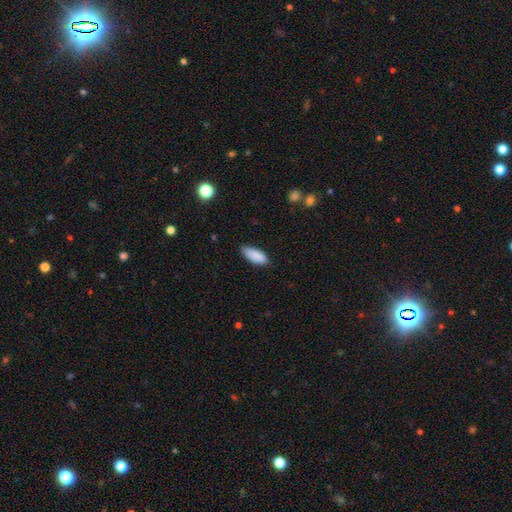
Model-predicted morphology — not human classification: Q: Smooth or featured?
A: smooth (89%); runner-up: star or artifact (6%)
Q: How rounded?
A: in between (81%); runner-up: cigar-shaped (17%)
Q: Merging?
A: none (79%); runner-up: minor disturbance (17%)